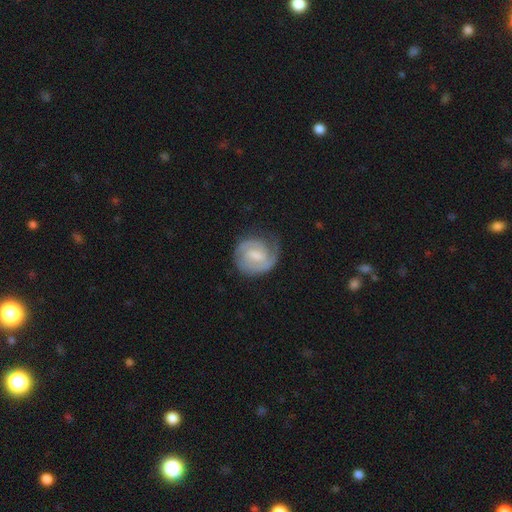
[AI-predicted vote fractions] smooth-or-featured: featured or disk: 80% | smooth: 15% | star or artifact: 5%
  disk-edge-on: no: 98% | yes: 2%
    bar: weak: 59% | no: 23% | strong: 18%
    has-spiral-arms: yes: 96% | no: 4%
      spiral-winding: tight: 58% | medium: 34% | loose: 8%
      spiral-arm-count: 2: 72% | 1: 11% | can't tell: 10% | 3: 5% | 4: 2% | more than 4: 2%
    bulge-size: small: 36% (tied) | moderate: 36% (tied) | none: 21% | large: 6% | dominant: 1%
  merging: none: 73% | minor disturbance: 18% | major disturbance: 7% | merger: 1%